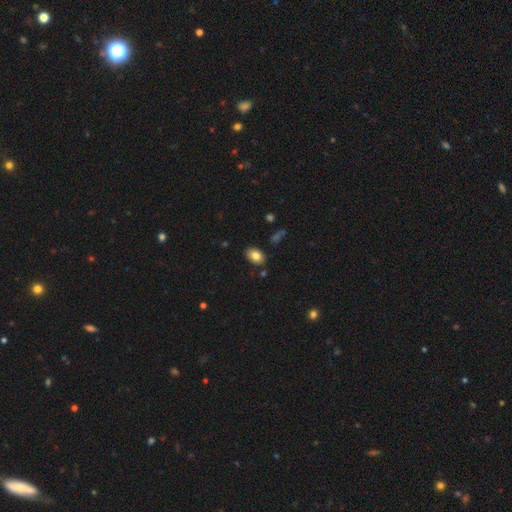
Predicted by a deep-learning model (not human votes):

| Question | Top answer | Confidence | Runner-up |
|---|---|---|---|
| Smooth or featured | smooth | 81% | featured or disk (11%) |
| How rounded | in between | 82% | round (17%) |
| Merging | none | 84% | minor disturbance (11%) |